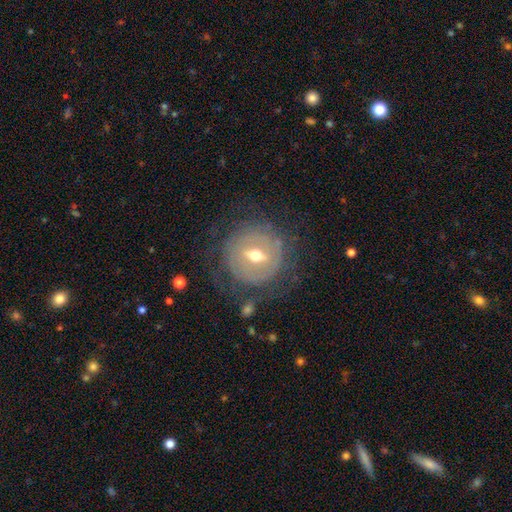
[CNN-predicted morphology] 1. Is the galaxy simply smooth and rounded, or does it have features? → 74% featured or disk, 19% smooth, 7% star or artifact.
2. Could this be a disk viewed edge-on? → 93% no, 7% yes.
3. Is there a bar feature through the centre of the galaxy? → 47% weak, 36% strong, 18% no.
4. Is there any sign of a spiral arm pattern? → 60% yes, 40% no.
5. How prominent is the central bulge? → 67% moderate, 28% small, 4% large, 1% dominant, 1% none.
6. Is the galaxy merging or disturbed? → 68% none, 17% minor disturbance, 13% major disturbance, 2% merger.